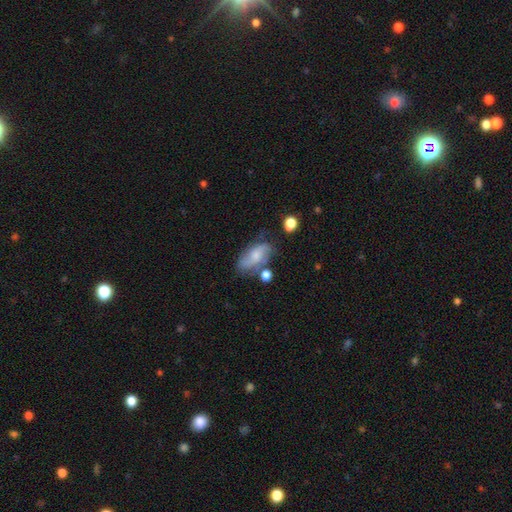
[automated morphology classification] A smooth galaxy with no disk features (47%).

Vote fractions:
- Smooth or featured? smooth: 47% / featured or disk: 44% / star or artifact: 9%
- Merging? none: 54% / minor disturbance: 25% / merger: 11% / major disturbance: 10%